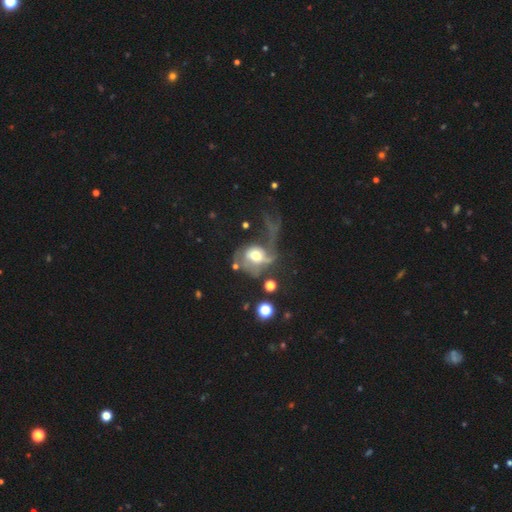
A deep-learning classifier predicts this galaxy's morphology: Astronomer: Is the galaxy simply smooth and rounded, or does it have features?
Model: featured or disk — 56% (runner-up: smooth, 34%).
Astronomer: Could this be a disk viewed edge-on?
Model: no — 96%.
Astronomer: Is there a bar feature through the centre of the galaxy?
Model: no — 72%.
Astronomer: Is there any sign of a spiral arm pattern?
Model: yes — 59% (runner-up: no, 41%).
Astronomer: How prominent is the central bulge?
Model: moderate — 55%.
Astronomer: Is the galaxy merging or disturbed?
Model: major disturbance — 59%.